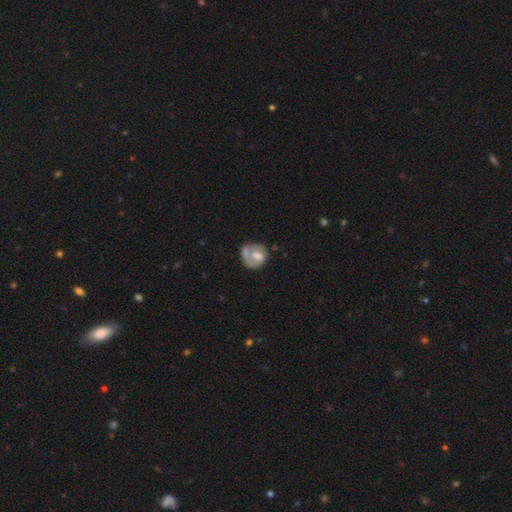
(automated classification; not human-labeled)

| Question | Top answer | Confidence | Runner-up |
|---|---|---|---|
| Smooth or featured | featured or disk | 48% | smooth (45%) |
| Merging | none | 50% | minor disturbance (21%) |